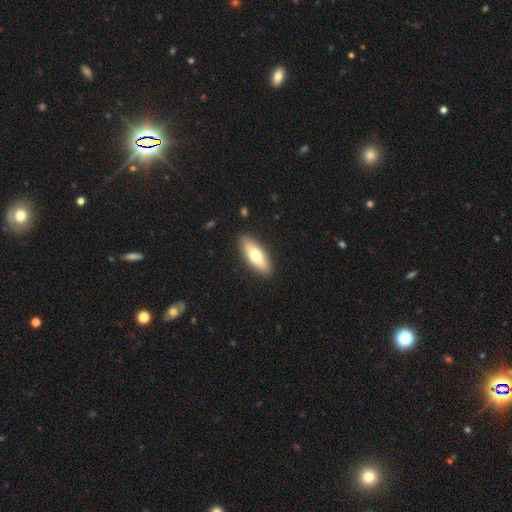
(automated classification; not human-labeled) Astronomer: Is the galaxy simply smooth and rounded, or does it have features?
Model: smooth — 67%.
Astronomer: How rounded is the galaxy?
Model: in between — 66%.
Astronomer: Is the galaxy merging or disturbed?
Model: none — 89%.